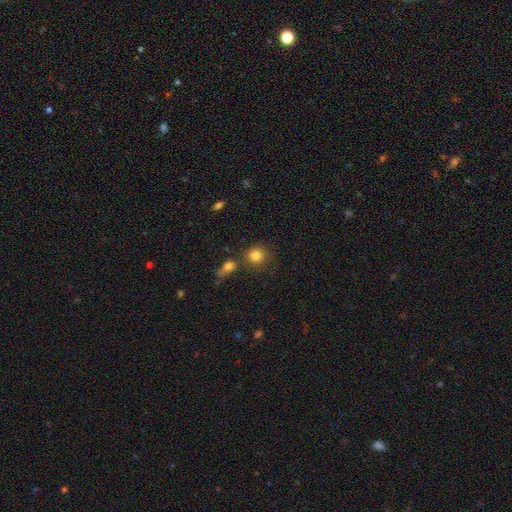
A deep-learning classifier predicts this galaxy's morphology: The model was most divided on "merging": none: 73%, merger: 14%, minor disturbance: 10%, major disturbance: 4%. More confident: how rounded — round (87%); smooth or featured — smooth (82%).